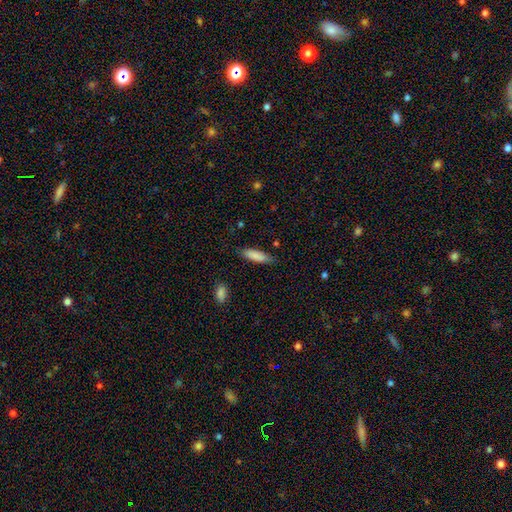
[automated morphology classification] The model was most divided on "how rounded": cigar-shaped: 55%, in between: 44%, round: 1%. More confident: smooth or featured — smooth (85%); merging — none (81%).